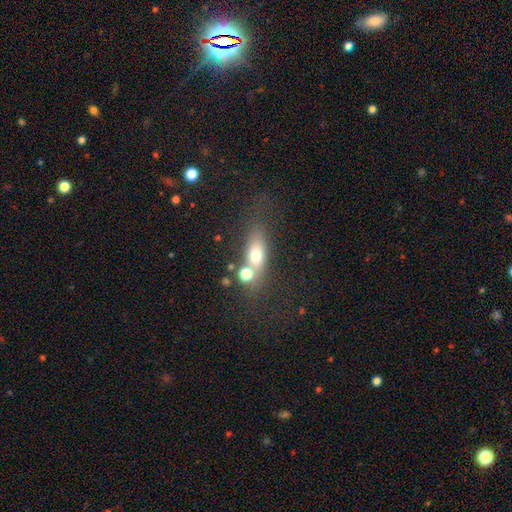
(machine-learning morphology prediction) Smooth or featured? Predicted: smooth (p=0.66). How rounded? Predicted: in between (p=0.56). Merging? Predicted: none (p=0.51).